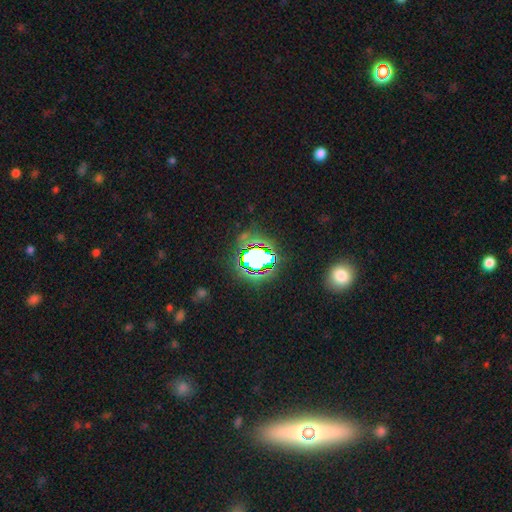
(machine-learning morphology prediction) A star or artifact, not a galaxy (64%).

Vote fractions:
- Smooth or featured? star or artifact: 64% / smooth: 23% / featured or disk: 13%